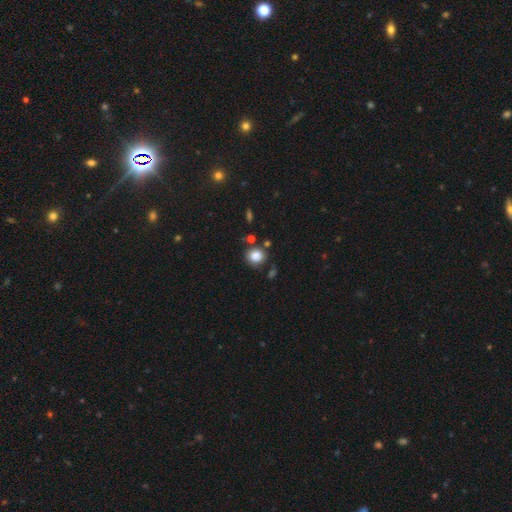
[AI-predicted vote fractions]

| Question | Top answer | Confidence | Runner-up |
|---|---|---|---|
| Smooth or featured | smooth | 84% | star or artifact (10%) |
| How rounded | round | 81% | in between (18%) |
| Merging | none | 74% | minor disturbance (15%) |